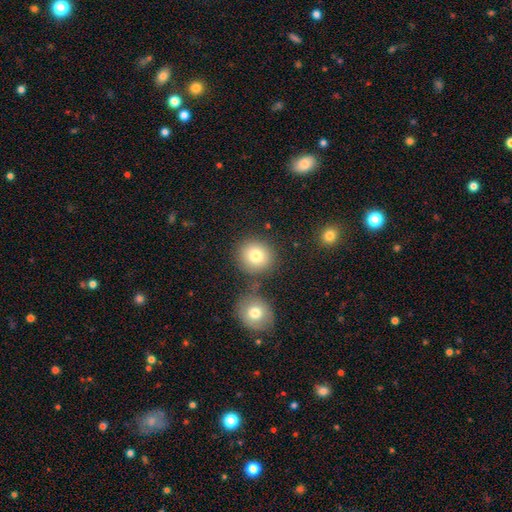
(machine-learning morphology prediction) Smooth or featured?
  - smooth: 81% *
  - star or artifact: 10%
  - featured or disk: 9%
How rounded?
  - round: 90% *
  - in between: 10%
  - cigar-shaped: 1%
Merging?
  - none: 75% *
  - merger: 13%
  - minor disturbance: 9%
  - major disturbance: 3%